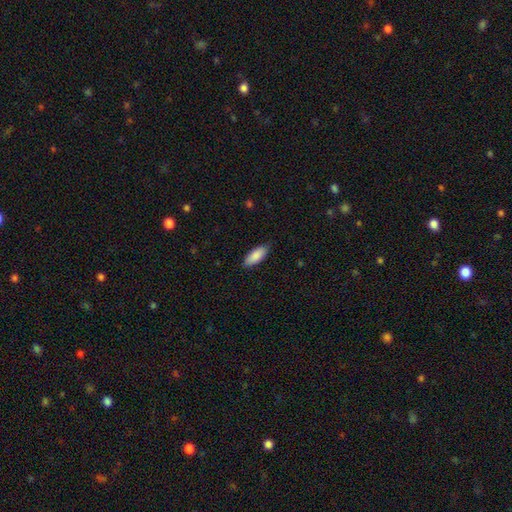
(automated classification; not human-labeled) Overall: smooth (88%). How rounded: in between (78%). Merging: none (85%).